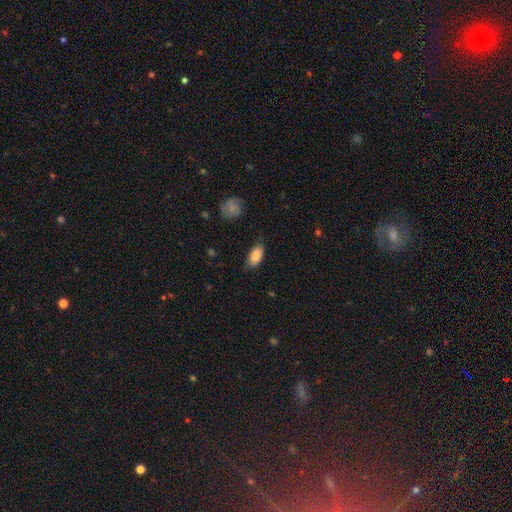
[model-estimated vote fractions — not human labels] Smooth or featured? Predicted: smooth (p=0.88). How rounded? Predicted: in between (p=0.92). Merging? Predicted: none (p=0.80).